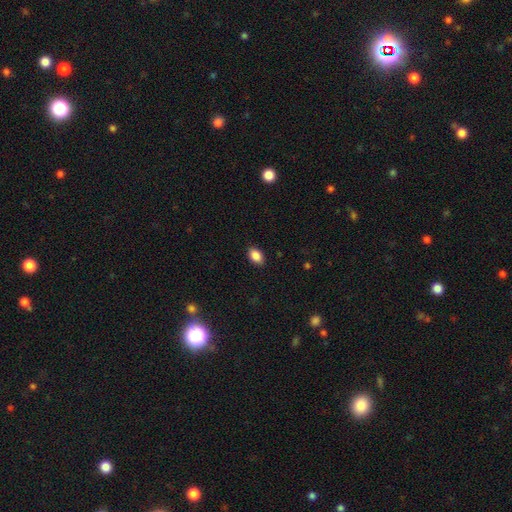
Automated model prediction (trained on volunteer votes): Overall: smooth (88%). How rounded: in between (86%). Merging: none (88%).